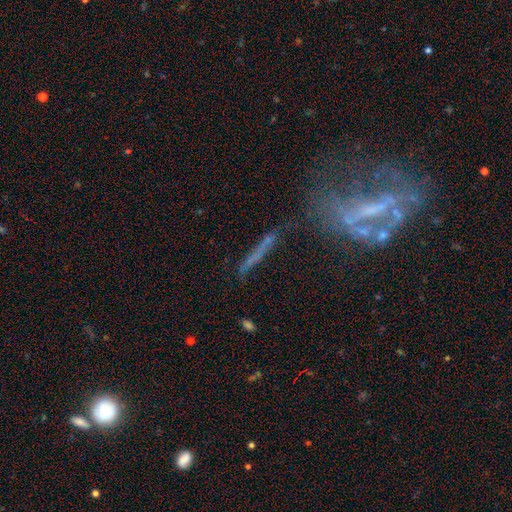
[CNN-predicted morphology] Smooth or featured? smooth (43%)
Merging? none (60%)